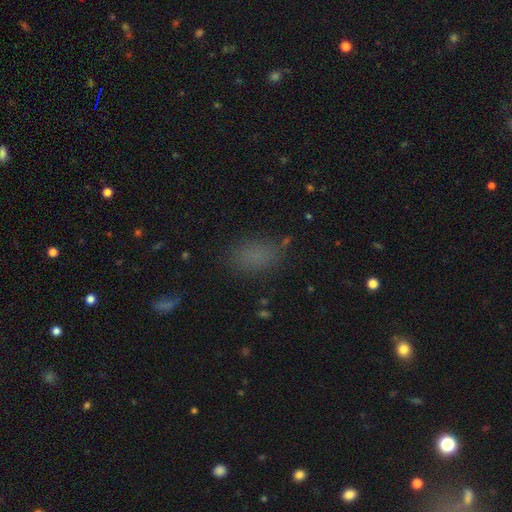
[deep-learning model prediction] Morphology: type=smooth (76%); roundness=in between (82%); merging=none (76%).